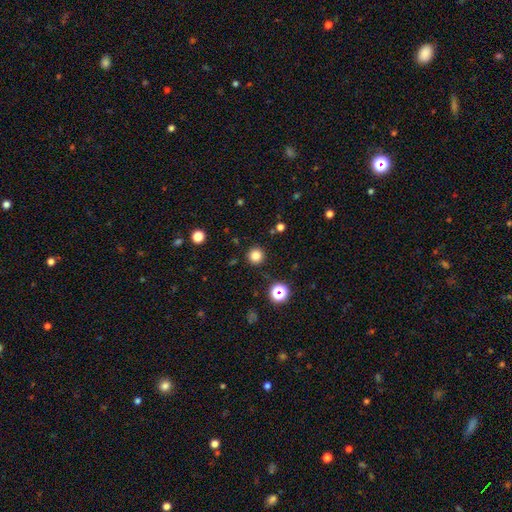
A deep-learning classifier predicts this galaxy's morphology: Smooth or featured? smooth (81%)
How rounded? round (96%)
Merging? none (91%)